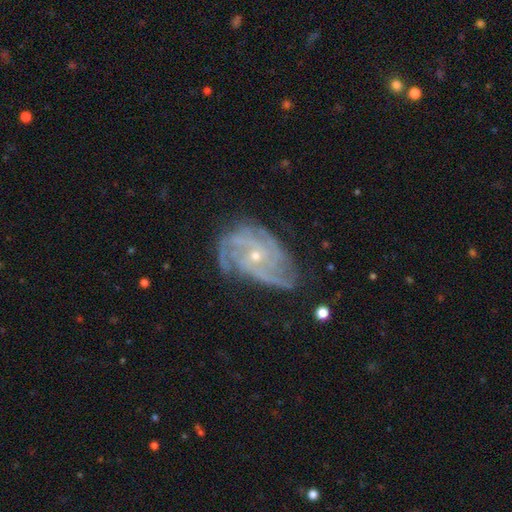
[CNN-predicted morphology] smooth_or_featured: featured or disk (p=0.88) [alt: star or artifact p=0.06]
disk_edge_on: no (p=0.97) [alt: yes p=0.03]
bar: no (p=0.72) [alt: weak p=0.22]
has_spiral_arms: yes (p=0.96) [alt: no p=0.04]
spiral_winding: tight (p=0.54) [alt: medium p=0.37]
spiral_arm_count: 3 (p=0.30) [alt: 4 p=0.22]
bulge_size: small (p=0.72) [alt: moderate p=0.25]
merging: none (p=0.61) [alt: minor disturbance p=0.25]